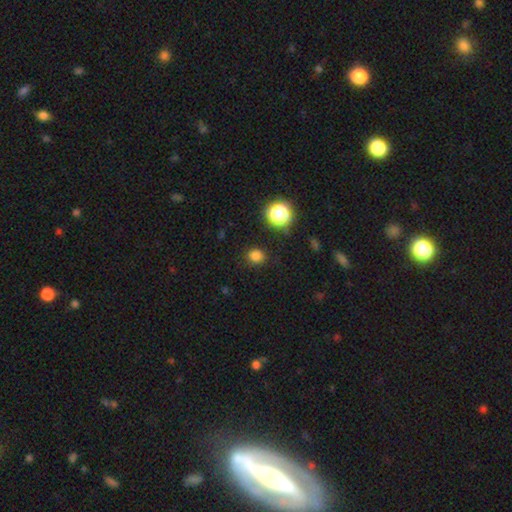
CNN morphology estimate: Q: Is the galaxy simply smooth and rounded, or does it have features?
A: smooth — 79%.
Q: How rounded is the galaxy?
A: round — 84%.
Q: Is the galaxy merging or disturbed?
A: none — 89%.